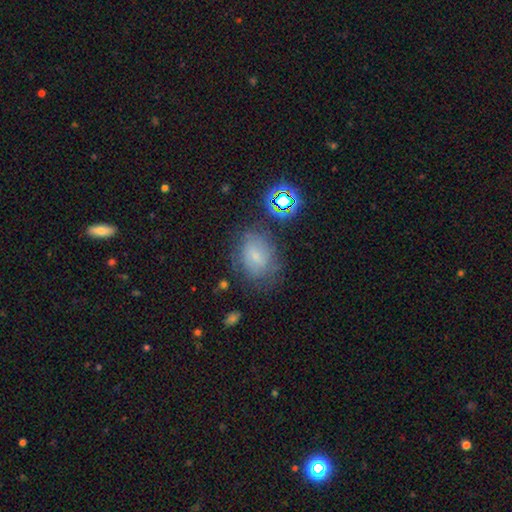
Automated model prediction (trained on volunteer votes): Q: Smooth or featured?
A: smooth (54%); runner-up: featured or disk (29%)
Q: How rounded?
A: in between (61%); runner-up: round (37%)
Q: Merging?
A: none (64%); runner-up: minor disturbance (21%)